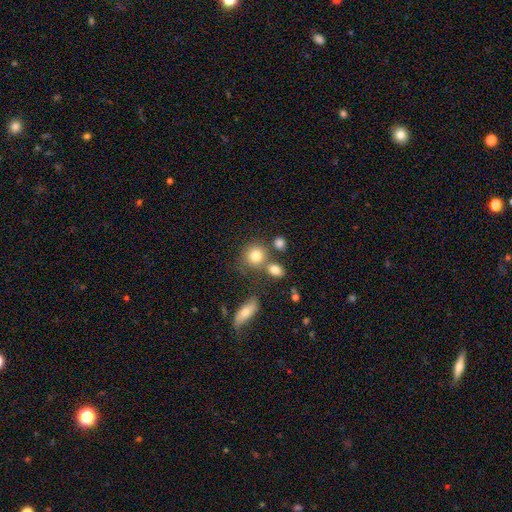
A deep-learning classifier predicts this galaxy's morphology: smooth-or-featured: smooth: 79% | featured or disk: 11% | star or artifact: 11%
  how-rounded: round: 77% | in between: 21% | cigar-shaped: 2%
  merging: none: 62% | merger: 22% | minor disturbance: 11% | major disturbance: 5%